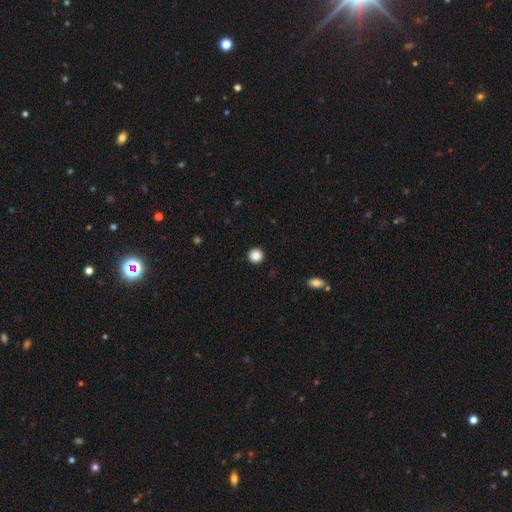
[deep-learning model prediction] A smooth galaxy with no disk features (87%) that is round (95%). Merging: none (93%).